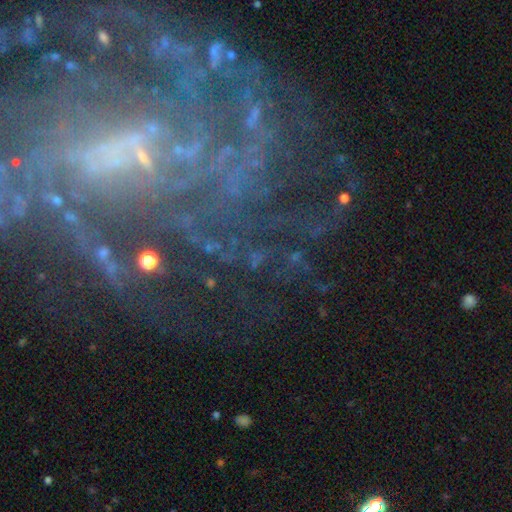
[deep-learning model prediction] This is possibly a featured or disk galaxy (59%). It is clearly not viewed edge-on (95%). Bar: possibly no (49%). Spiral arm pattern: clearly yes (89%). Central bulge: likely small (63%). Merging: likely none (64%).